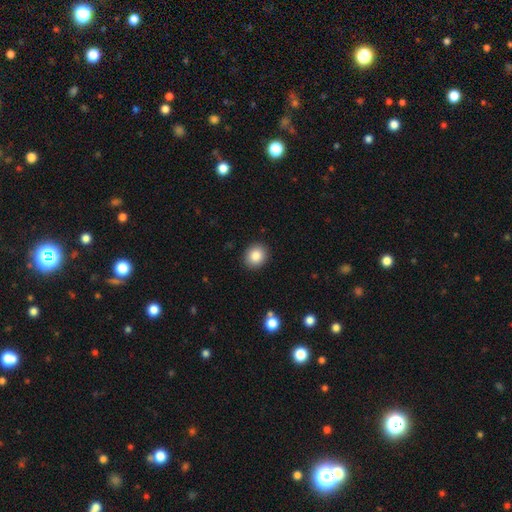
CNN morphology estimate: Smooth or featured? smooth (85%)
How rounded? round (72%)
Merging? none (90%)